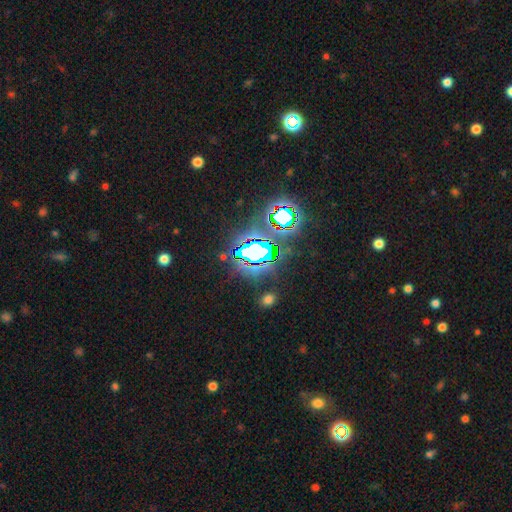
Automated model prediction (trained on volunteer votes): The model was most divided on "smooth or featured": star or artifact: 82%, smooth: 11%, featured or disk: 8%.